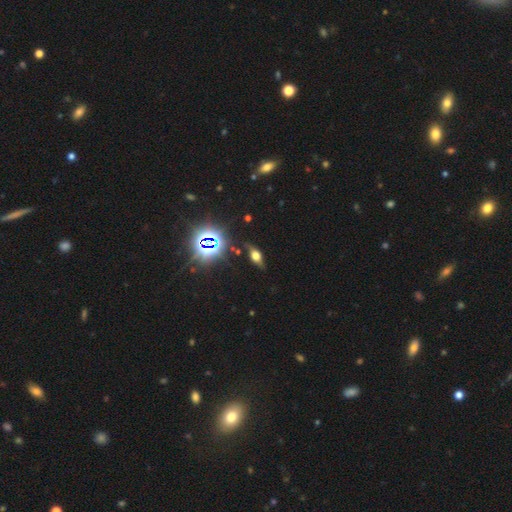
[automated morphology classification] A smooth galaxy with no disk features (38%).

Vote fractions:
- Smooth or featured? smooth: 38% / featured or disk: 35% / star or artifact: 27%
- Merging? none: 78% / minor disturbance: 15% / major disturbance: 5% / merger: 2%